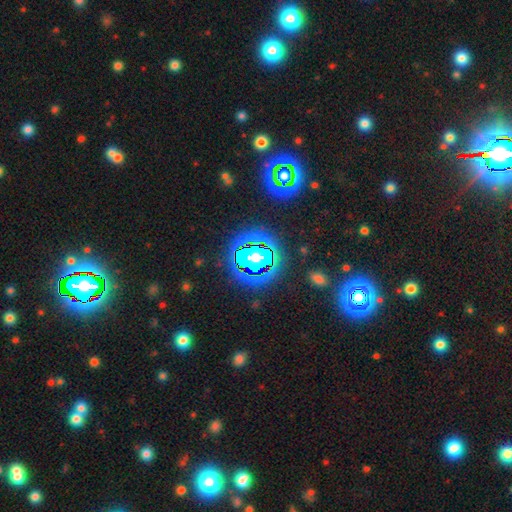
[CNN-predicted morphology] Smooth or featured: star or artifact — 61% (smooth — 24%)